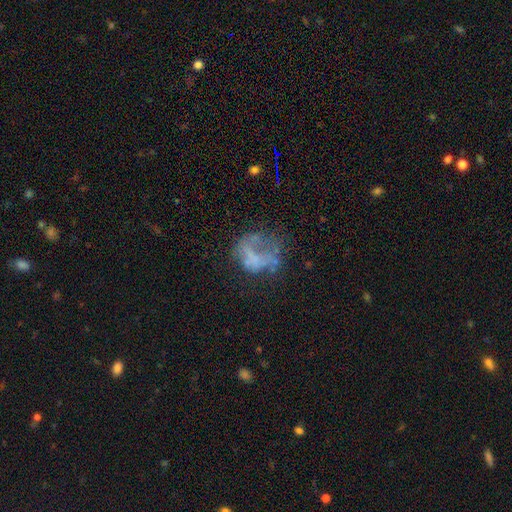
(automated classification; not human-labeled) Q: Smooth or featured?
A: featured or disk (46%); runner-up: smooth (35%)
Q: Merging?
A: none (37%); runner-up: major disturbance (36%)